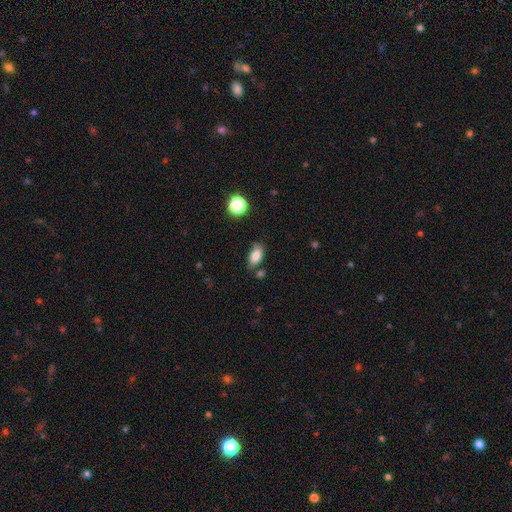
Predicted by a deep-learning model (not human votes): Q: Smooth or featured?
A: smooth (83%); runner-up: star or artifact (9%)
Q: How rounded?
A: in between (88%); runner-up: cigar-shaped (6%)
Q: Merging?
A: none (69%); runner-up: minor disturbance (20%)